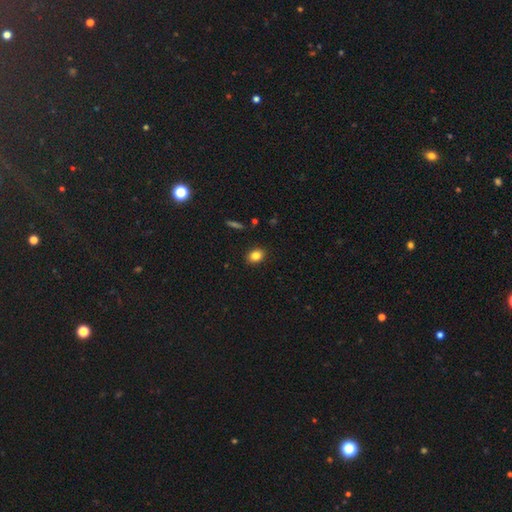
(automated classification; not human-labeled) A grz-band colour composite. It shows a smooth galaxy with no disk features (83%) that is in between round and cigar-shaped (53%). Merging: none (89%).